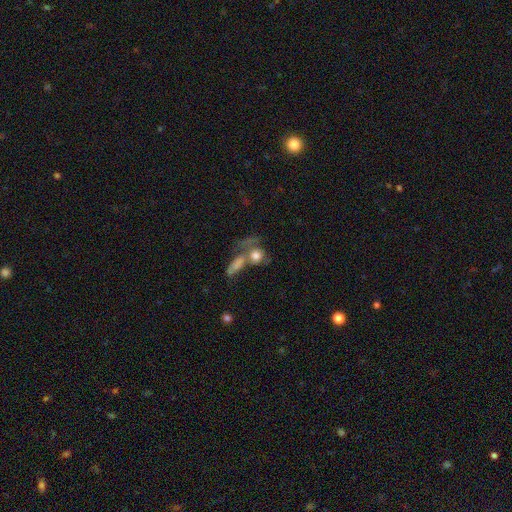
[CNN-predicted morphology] Smooth or featured? smooth (69%)
How rounded? round (69%)
Merging? merger (43%)